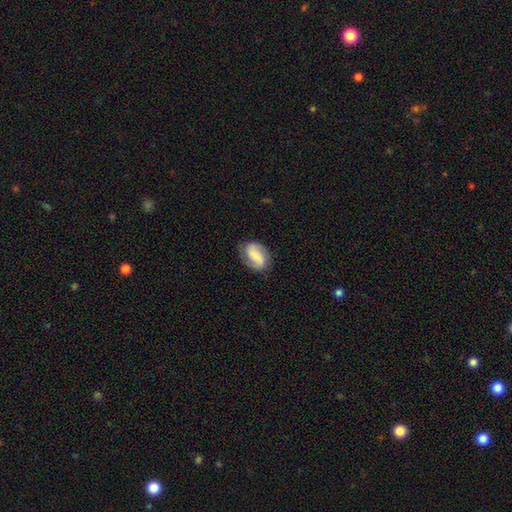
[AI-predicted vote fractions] Q: Smooth or featured?
A: featured or disk (56%); runner-up: smooth (36%)
Q: Edge-on disk?
A: no (97%); runner-up: yes (3%)
Q: Bar?
A: weak (40%); runner-up: no (31%)
Q: Spiral arms?
A: yes (91%); runner-up: no (9%)
Q: Bulge size?
A: small (38%); runner-up: moderate (28%)
Q: Merging?
A: none (77%); runner-up: minor disturbance (16%)